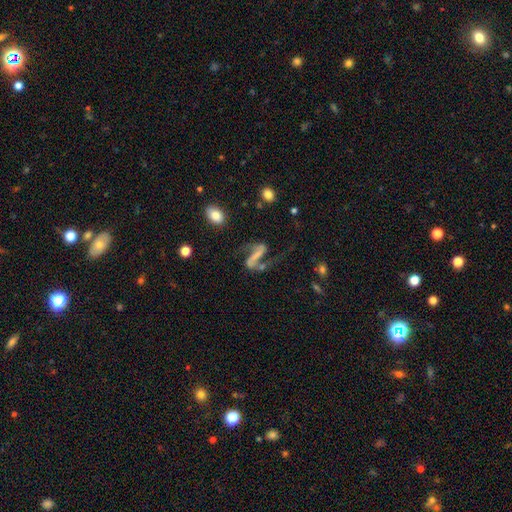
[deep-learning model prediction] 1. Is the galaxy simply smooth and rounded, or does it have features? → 76% featured or disk, 14% smooth, 10% star or artifact.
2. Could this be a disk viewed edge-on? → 93% no, 7% yes.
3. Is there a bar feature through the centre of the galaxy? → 60% strong, 22% weak, 18% no.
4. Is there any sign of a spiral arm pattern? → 84% yes, 16% no.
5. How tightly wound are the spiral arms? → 74% loose, 21% medium, 6% tight.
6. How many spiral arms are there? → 88% 2, 7% 1, 3% can't tell, 1% 3, 1% 4, 1% more than 4.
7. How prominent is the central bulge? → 57% none, 25% small, 12% moderate, 5% large, 2% dominant.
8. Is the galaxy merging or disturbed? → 45% none, 28% major disturbance, 16% minor disturbance, 12% merger.